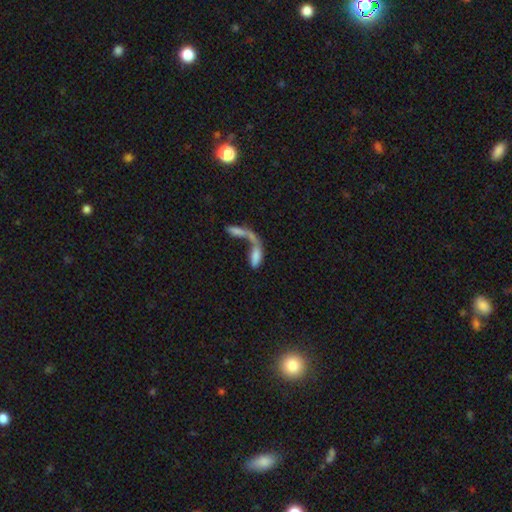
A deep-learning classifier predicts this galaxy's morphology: This appears to be a smooth galaxy with no disk features (66%) that is in between round and cigar-shaped (61%). Merging: merger (65%).